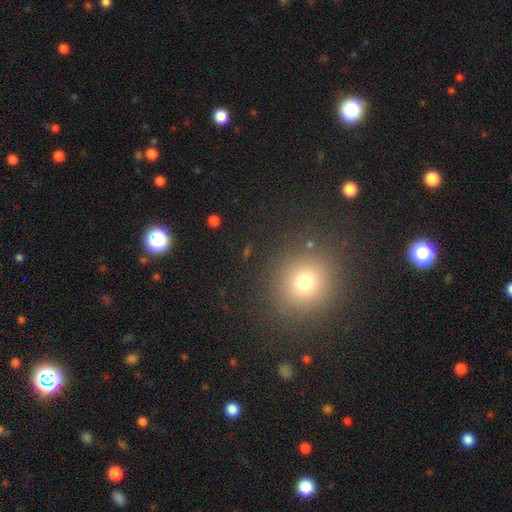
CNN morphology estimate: type=smooth (66%); roundness=round (89%); merging=none (90%).